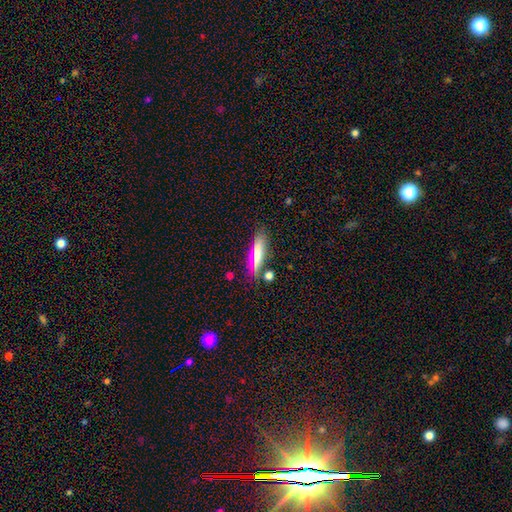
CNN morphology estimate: Q: Smooth or featured?
A: smooth (58%); runner-up: featured or disk (31%)
Q: How rounded?
A: cigar-shaped (70%); runner-up: in between (26%)
Q: Merging?
A: none (81%); runner-up: minor disturbance (11%)